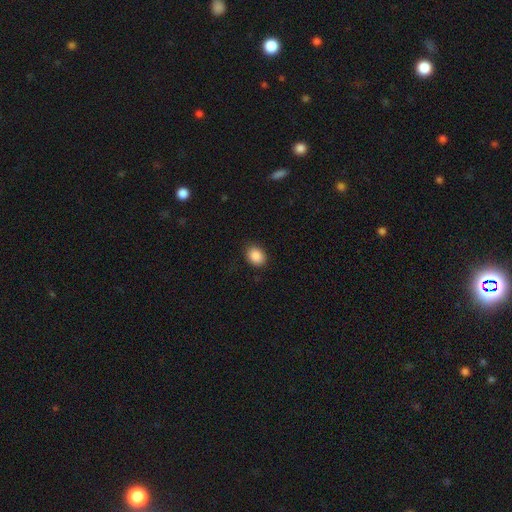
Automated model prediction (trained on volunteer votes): smooth_or_featured: smooth (p=0.88) [alt: star or artifact p=0.08]
how_rounded: in between (p=0.54) [alt: round p=0.45]
merging: none (p=0.87) [alt: minor disturbance p=0.10]